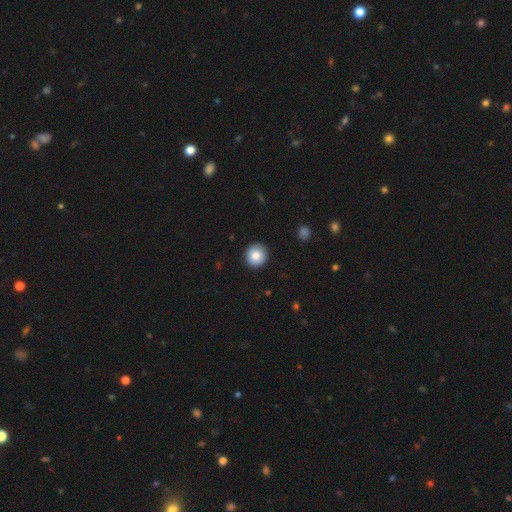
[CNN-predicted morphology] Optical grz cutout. It shows a smooth galaxy with no disk features (84%) that is round (94%). Merging: none (92%).